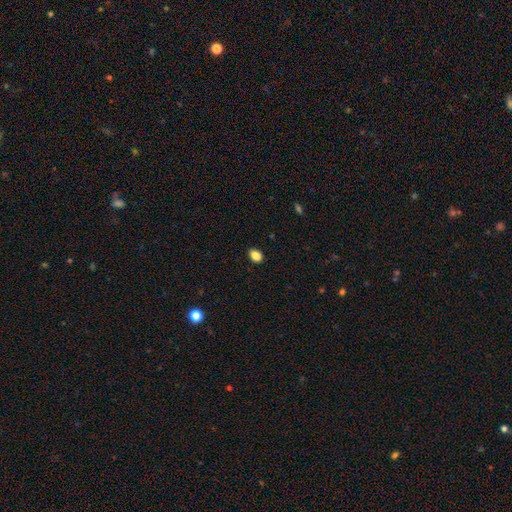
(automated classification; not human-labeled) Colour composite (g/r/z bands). It shows a smooth galaxy with no disk features (87%) that is in between round and cigar-shaped (76%). Merging: none (87%).